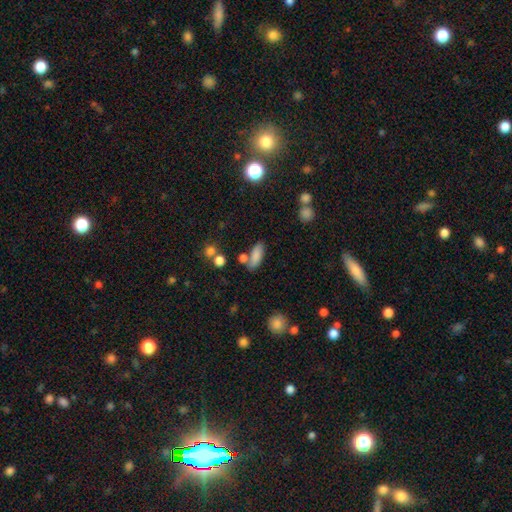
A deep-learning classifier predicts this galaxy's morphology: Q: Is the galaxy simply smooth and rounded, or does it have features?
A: smooth — 83%.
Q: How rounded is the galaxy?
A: in between — 75%.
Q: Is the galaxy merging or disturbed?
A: none — 66%.